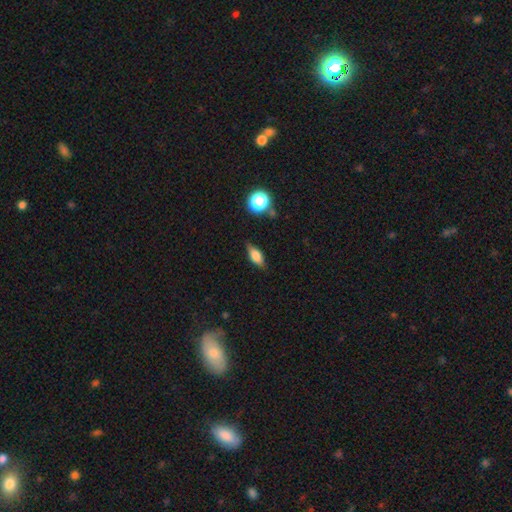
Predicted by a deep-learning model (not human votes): Smooth or featured? Predicted: smooth (p=0.60). How rounded? Predicted: in between (p=0.70). Merging? Predicted: none (p=0.80).